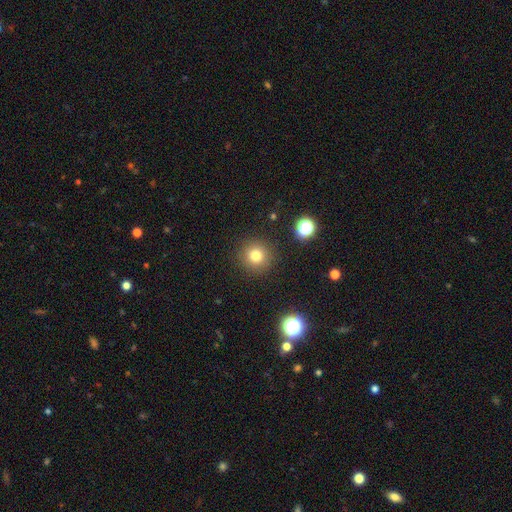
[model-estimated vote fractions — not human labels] Morphology: type=smooth (78%); roundness=round (94%); merging=none (90%).